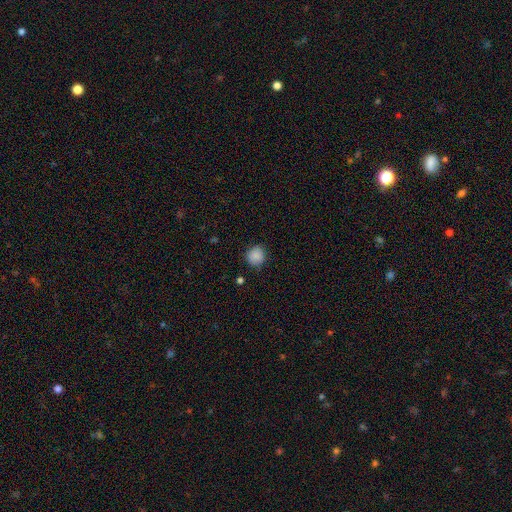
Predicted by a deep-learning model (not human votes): Smooth or featured? smooth (87%)
How rounded? round (88%)
Merging? none (83%)